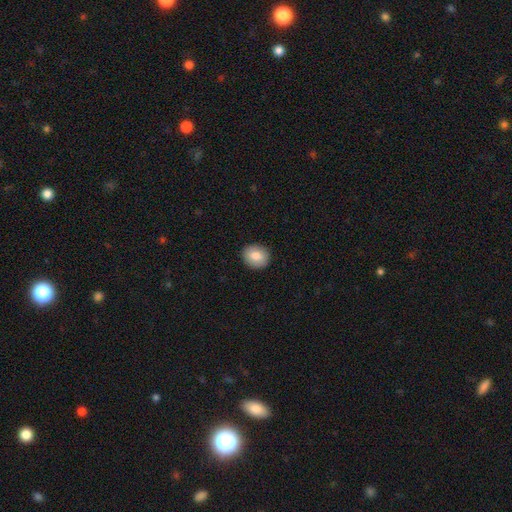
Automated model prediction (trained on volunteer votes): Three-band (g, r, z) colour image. It shows a smooth galaxy with no disk features (82%) that is round (74%). Merging: none (91%).